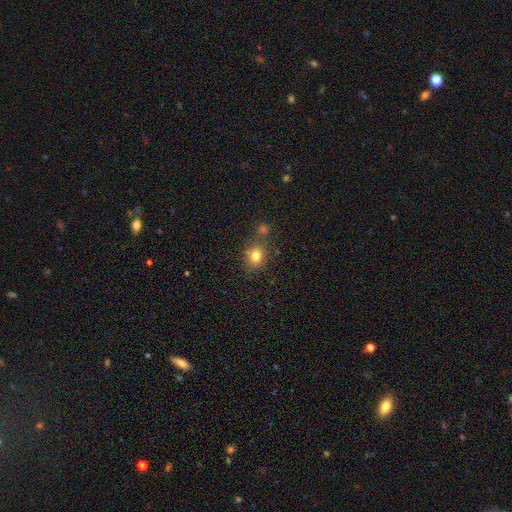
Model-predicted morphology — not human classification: smooth_or_featured: smooth (p=0.79) [alt: star or artifact p=0.13]
how_rounded: round (p=0.68) [alt: in between p=0.31]
merging: none (p=0.72) [alt: merger p=0.13]